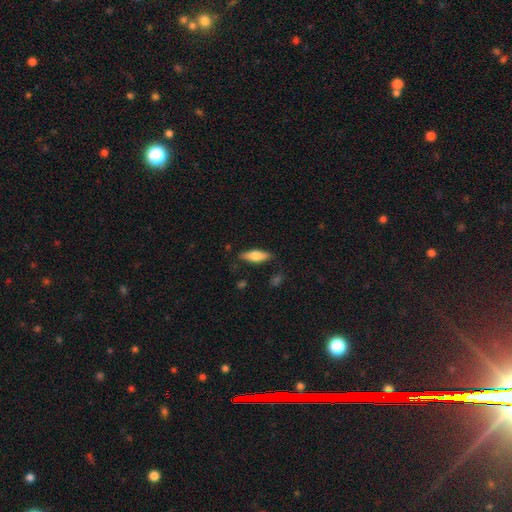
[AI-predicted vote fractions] Smooth or featured? Predicted: smooth (p=0.64). How rounded? Predicted: in between (p=0.58). Merging? Predicted: none (p=0.83).